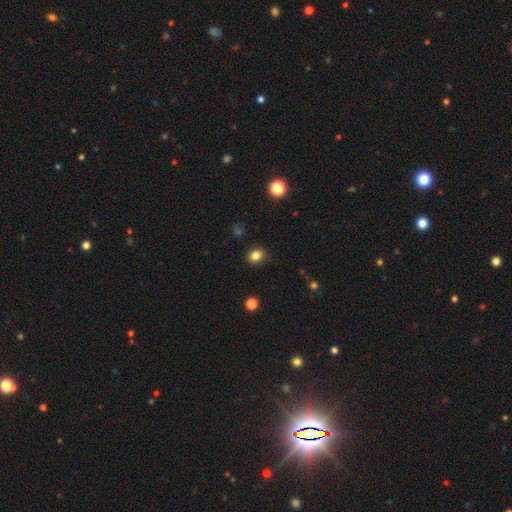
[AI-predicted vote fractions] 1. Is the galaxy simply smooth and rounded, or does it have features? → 83% smooth, 12% star or artifact, 5% featured or disk.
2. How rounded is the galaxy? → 51% round, 48% in between, 1% cigar-shaped.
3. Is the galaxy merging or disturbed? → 87% none, 9% minor disturbance, 2% major disturbance, 1% merger.